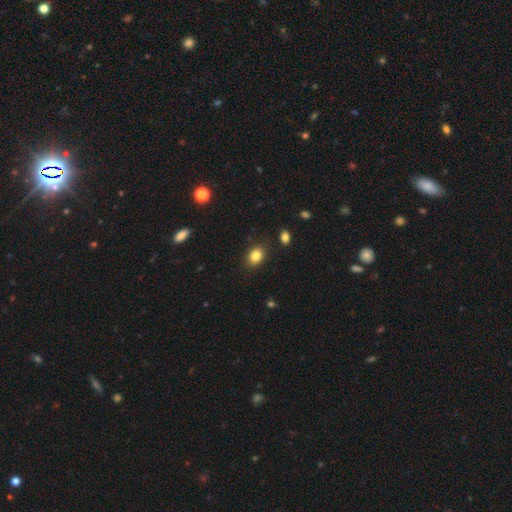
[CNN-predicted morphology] Smooth or featured? Predicted: smooth (p=0.84). How rounded? Predicted: in between (p=0.66). Merging? Predicted: none (p=0.87).